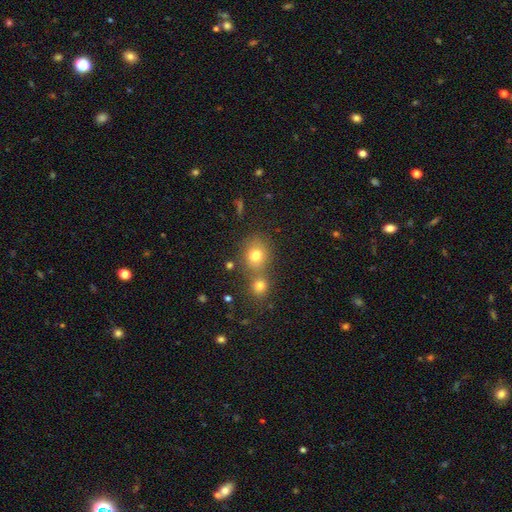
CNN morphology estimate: This appears to be a smooth galaxy with no disk features (76%) that is round (73%). Merging: none (54%).